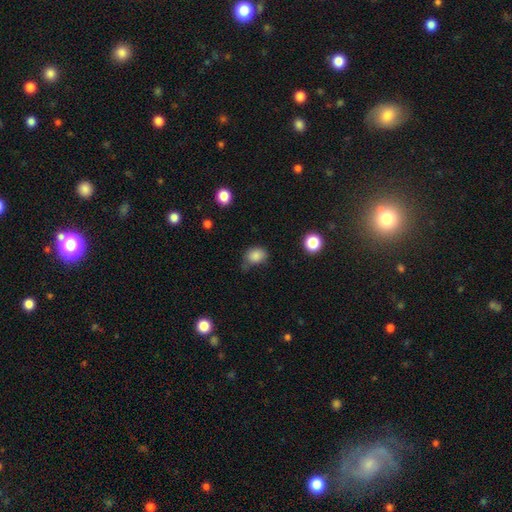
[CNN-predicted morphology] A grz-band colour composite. It shows a smooth galaxy with no disk features (84%) that is in between round and cigar-shaped (56%). Merging: none (59%).